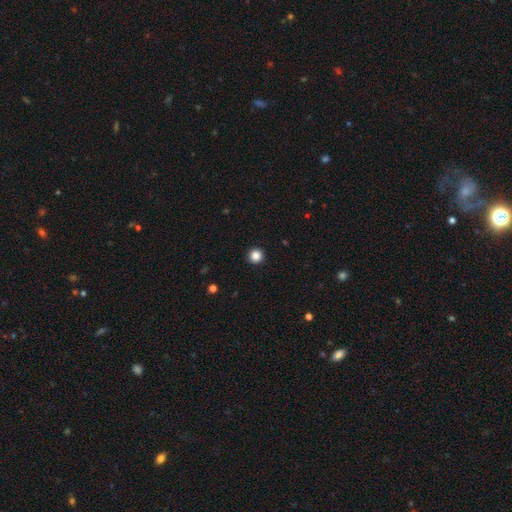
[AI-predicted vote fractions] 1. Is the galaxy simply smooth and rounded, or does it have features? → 85% smooth, 11% star or artifact, 4% featured or disk.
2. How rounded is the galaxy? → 96% round, 3% in between, 1% cigar-shaped.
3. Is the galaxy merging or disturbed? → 94% none, 4% minor disturbance, 1% major disturbance, 1% merger.